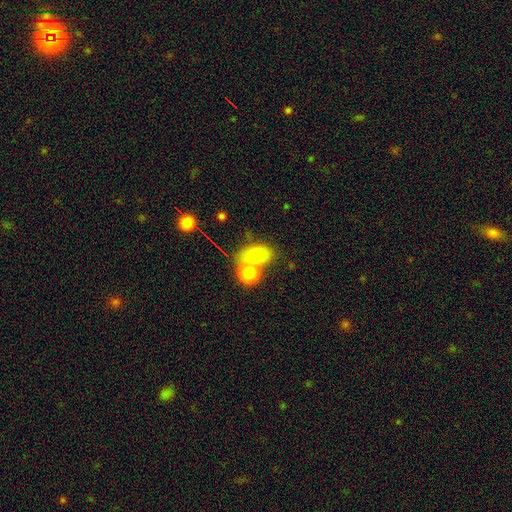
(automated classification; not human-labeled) Morphology: type=smooth (78%); roundness=in between (74%); merging=merger (41%).